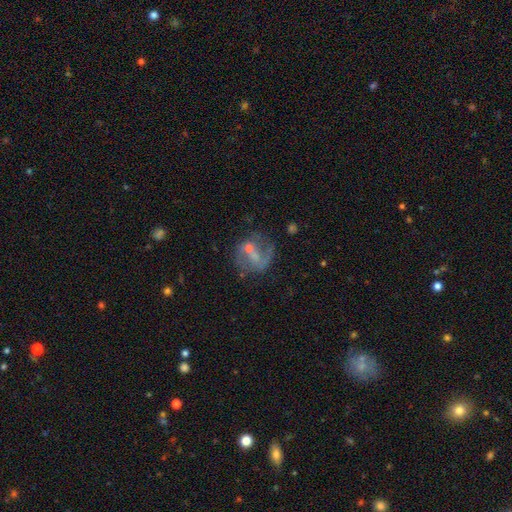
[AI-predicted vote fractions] A featured or disk galaxy (69%) with a weak bar (45%), 2 (57%) loose (44%) spiral arms (78%) and a small central bulge (54%).

Vote fractions:
- Smooth or featured? featured or disk: 69% / smooth: 20% / star or artifact: 12%
- Edge-on disk? no: 97% / yes: 3%
- Bar? weak: 45% / no: 39% / strong: 16%
- Spiral arms? yes: 78% / no: 22%
- Spiral winding? loose: 44% / medium: 42% / tight: 15%
- Spiral arm count? 2: 57% / 1: 29% / can't tell: 10% / 3: 2% / 4: 1% / more than 4: 1%
- Bulge size? small: 54% / moderate: 30% / none: 12% / large: 2% / dominant: 1%
- Merging? none: 47% / major disturbance: 20% / minor disturbance: 18% / merger: 15%